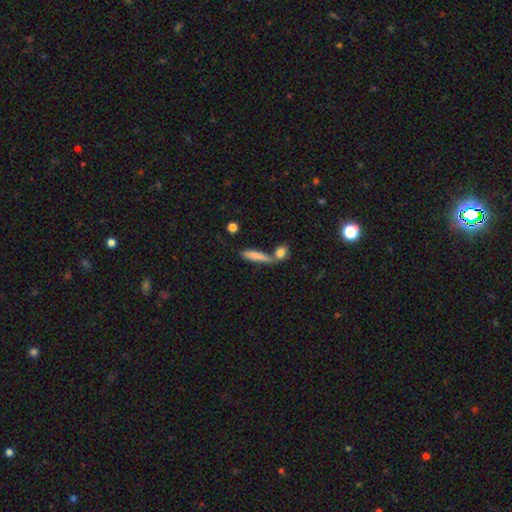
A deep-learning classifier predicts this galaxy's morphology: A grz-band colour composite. It shows a smooth galaxy with no disk features (77%) that is cigar-shaped (69%). Merging: none (48%).